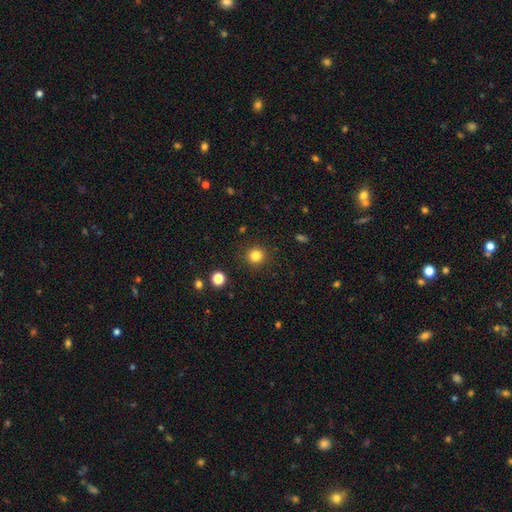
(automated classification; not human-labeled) smooth_or_featured: smooth (p=0.82) [alt: star or artifact p=0.13]
how_rounded: round (p=0.92) [alt: in between p=0.07]
merging: none (p=0.91) [alt: minor disturbance p=0.06]